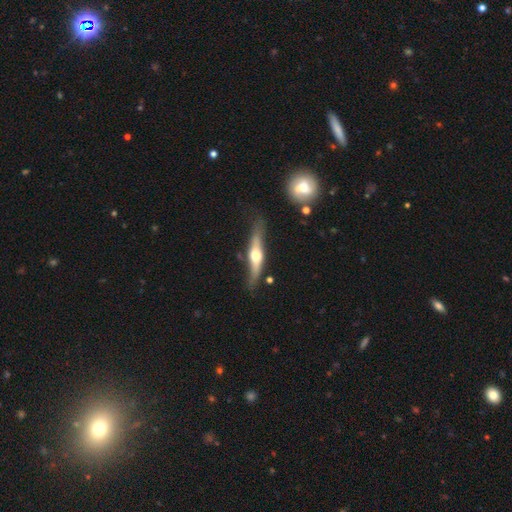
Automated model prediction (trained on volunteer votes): smooth_or_featured: featured or disk (p=0.68) [alt: smooth p=0.28]
disk_edge_on: yes (p=0.92) [alt: no p=0.08]
edge_on_bulge: rounded (p=0.93) [alt: boxy p=0.04]
merging: none (p=0.71) [alt: minor disturbance p=0.20]